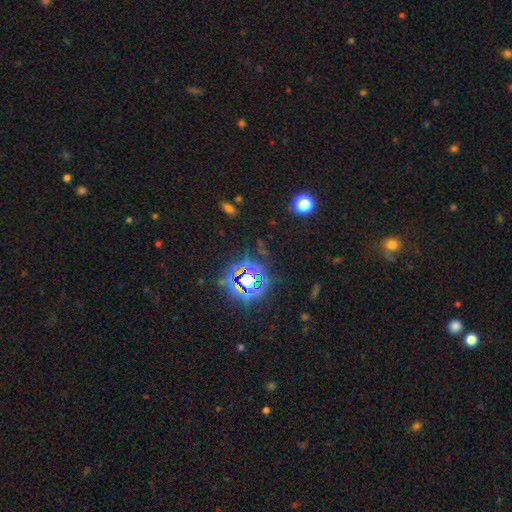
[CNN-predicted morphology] This appears to be a star or artifact, not a galaxy (82%).